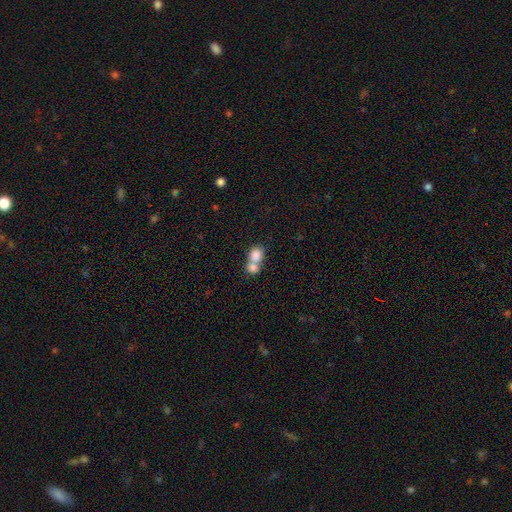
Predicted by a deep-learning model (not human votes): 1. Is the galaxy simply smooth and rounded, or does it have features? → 81% smooth, 11% featured or disk, 8% star or artifact.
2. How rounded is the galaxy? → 60% round, 39% in between, 1% cigar-shaped.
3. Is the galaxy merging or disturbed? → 68% merger, 24% none, 5% minor disturbance, 3% major disturbance.